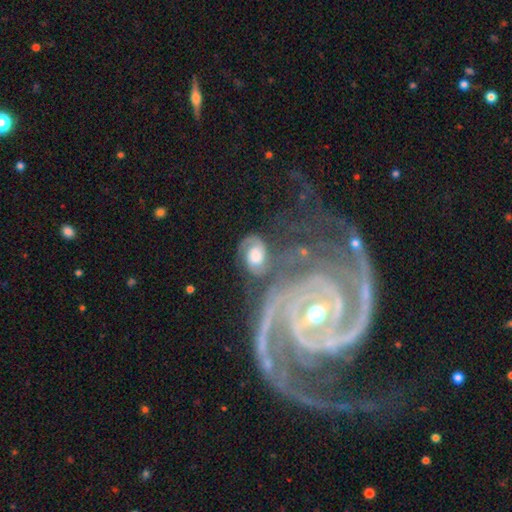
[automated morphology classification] Q: Smooth or featured?
A: featured or disk (68%); runner-up: smooth (24%)
Q: Edge-on disk?
A: no (97%); runner-up: yes (3%)
Q: Bar?
A: no (66%); runner-up: weak (28%)
Q: Spiral arms?
A: yes (91%); runner-up: no (9%)
Q: Spiral winding?
A: tight (44%); runner-up: medium (40%)
Q: Spiral arm count?
A: 2 (69%); runner-up: can't tell (13%)
Q: Bulge size?
A: moderate (41%); runner-up: large (38%)
Q: Merging?
A: none (43%); runner-up: merger (21%)